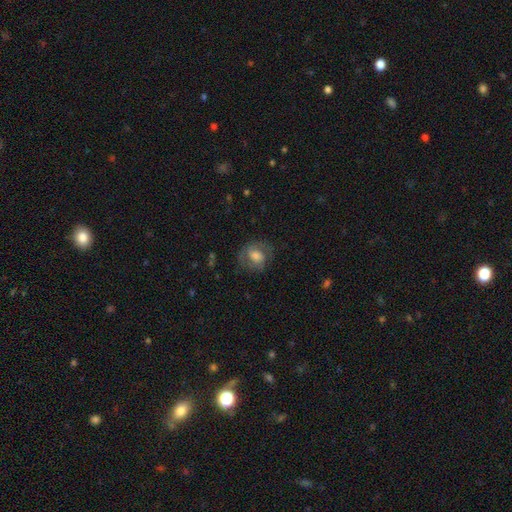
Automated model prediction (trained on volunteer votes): Overall: smooth (50%; featured or disk 41%). Merging: none (67%).